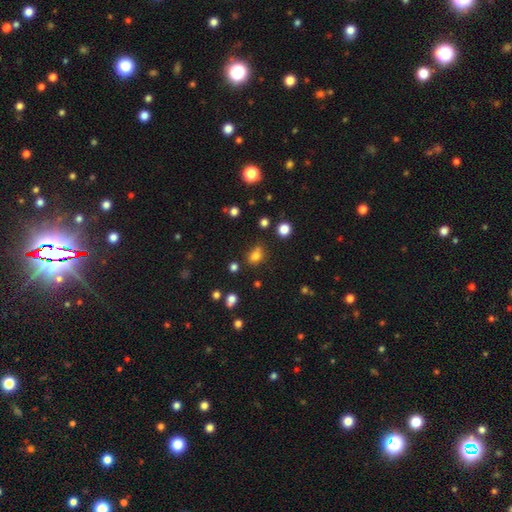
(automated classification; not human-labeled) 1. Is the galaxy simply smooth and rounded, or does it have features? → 77% smooth, 16% star or artifact, 7% featured or disk.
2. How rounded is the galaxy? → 50% in between, 49% round, 1% cigar-shaped.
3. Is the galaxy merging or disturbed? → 66% none, 19% minor disturbance, 9% merger, 6% major disturbance.